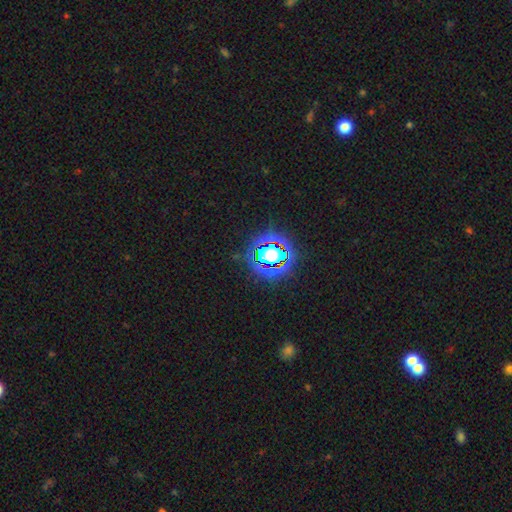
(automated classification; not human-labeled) Smooth or featured: star or artifact — 78% (smooth — 14%)